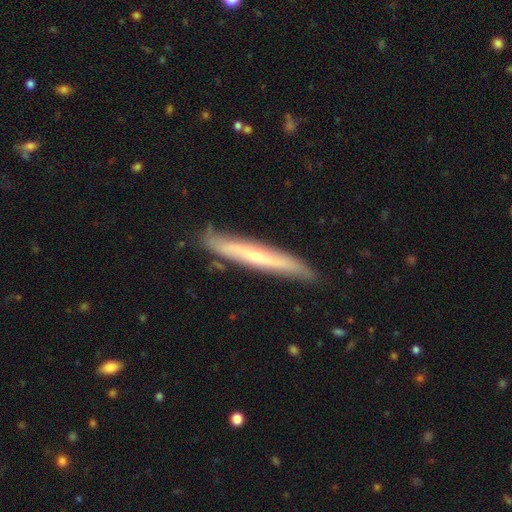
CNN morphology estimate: Smooth or featured?
  - featured or disk: 62% *
  - smooth: 31%
  - star or artifact: 6%
Edge-on disk?
  - yes: 86% *
  - no: 14%
Edge-on bulge?
  - rounded: 62% *
  - none: 35%
  - boxy: 3%
Merging?
  - none: 84% *
  - minor disturbance: 13%
  - major disturbance: 2%
  - merger: 1%